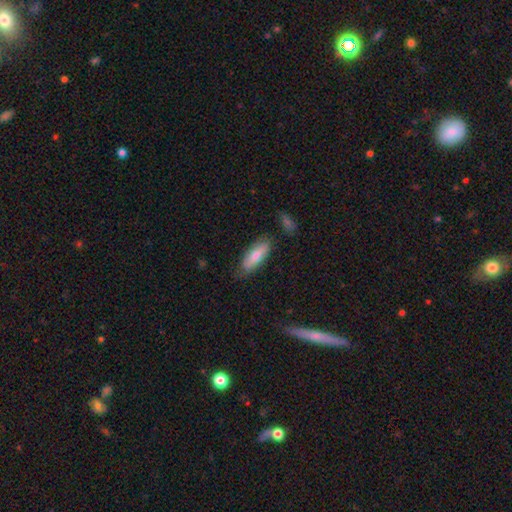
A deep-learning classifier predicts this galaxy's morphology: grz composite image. It shows a smooth galaxy with no disk features (69%) that is in between round and cigar-shaped (71%). Merging: none (73%).